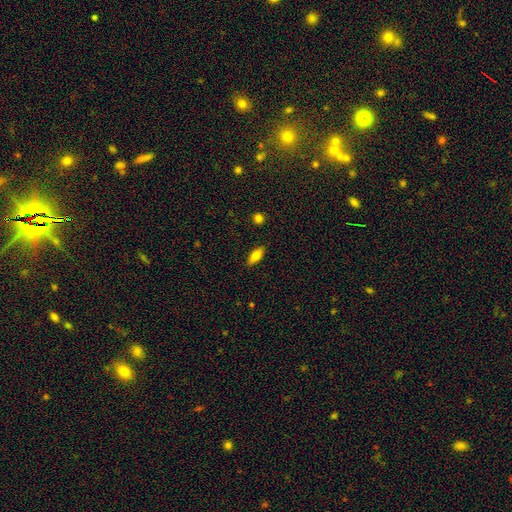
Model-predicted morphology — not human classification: smooth-or-featured: smooth: 73% | featured or disk: 20% | star or artifact: 7%
  how-rounded: in between: 74% | cigar-shaped: 23% | round: 3%
  merging: none: 88% | minor disturbance: 9% | major disturbance: 2% | merger: 1%